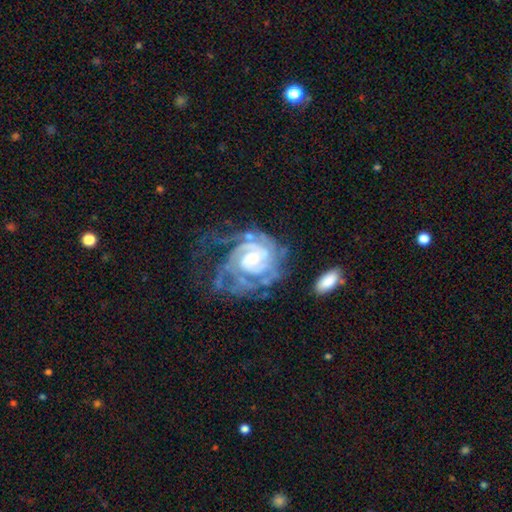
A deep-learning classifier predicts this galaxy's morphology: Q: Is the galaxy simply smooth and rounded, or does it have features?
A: featured or disk — 90%.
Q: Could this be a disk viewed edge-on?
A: no — 97%.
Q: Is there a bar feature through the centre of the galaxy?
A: no — 54%.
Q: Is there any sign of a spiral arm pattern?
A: yes — 97%.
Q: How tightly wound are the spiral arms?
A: tight — 71%.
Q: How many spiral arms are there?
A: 2 — 34%.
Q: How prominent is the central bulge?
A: small — 47%.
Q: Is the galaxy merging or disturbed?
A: none — 48%.